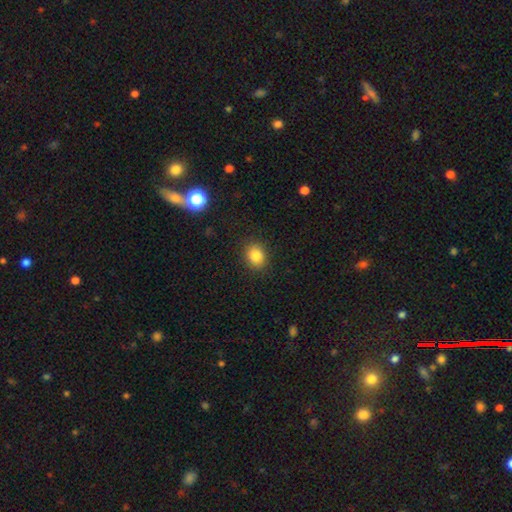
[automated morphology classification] Overall: smooth (84%). How rounded: round (53%; in between 47%). Merging: none (88%).